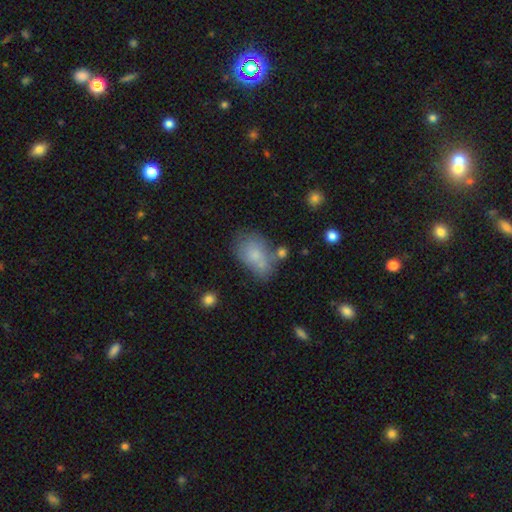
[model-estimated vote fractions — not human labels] Smooth or featured? Predicted: smooth (p=0.71). How rounded? Predicted: in between (p=0.83). Merging? Predicted: none (p=0.44).